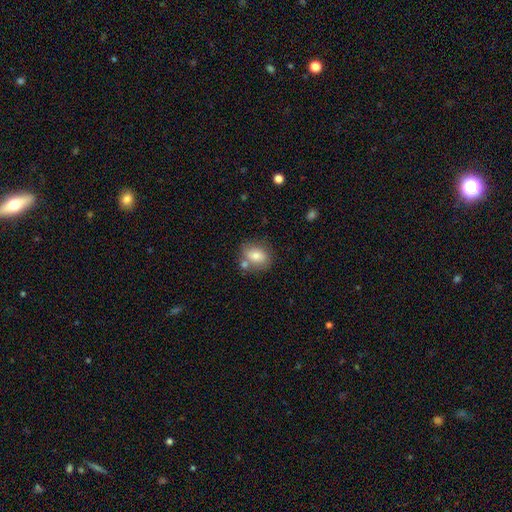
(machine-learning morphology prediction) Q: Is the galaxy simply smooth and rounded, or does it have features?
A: smooth — 79%.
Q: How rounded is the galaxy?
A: in between — 61%.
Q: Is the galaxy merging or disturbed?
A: none — 64%.